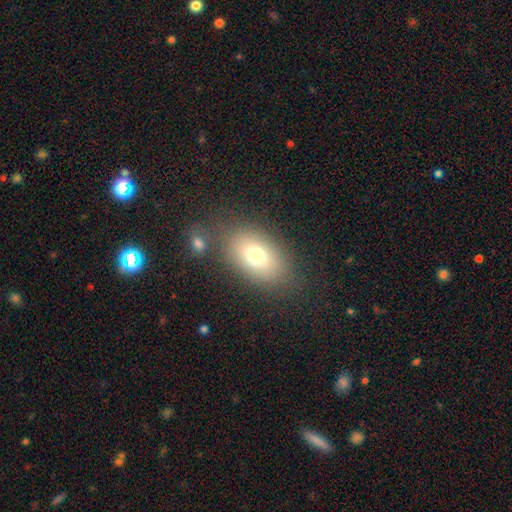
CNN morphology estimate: smooth_or_featured: smooth (p=0.75) [alt: featured or disk p=0.15]
how_rounded: in between (p=0.87) [alt: round p=0.12]
merging: none (p=0.75) [alt: minor disturbance p=0.12]